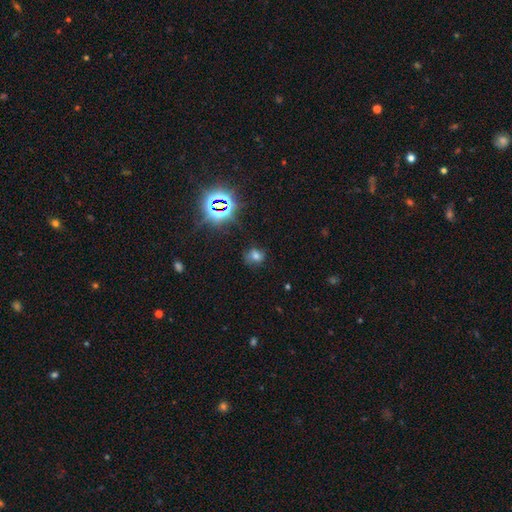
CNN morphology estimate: smooth 55%, star or artifact 30%, featured or disk 15%. Down the decision tree: how rounded — round (60%); merging — none (63%).